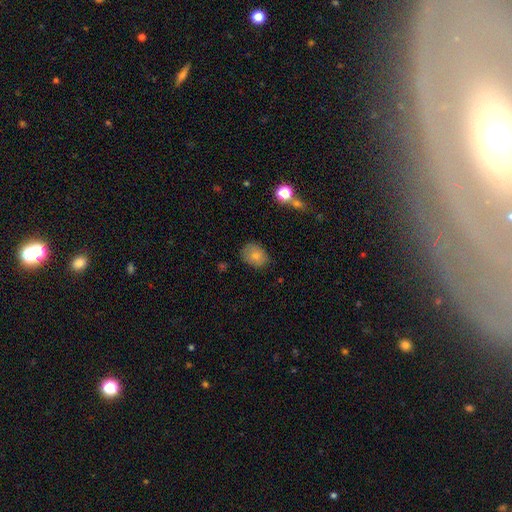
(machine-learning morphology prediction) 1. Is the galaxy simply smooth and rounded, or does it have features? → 80% smooth, 11% featured or disk, 9% star or artifact.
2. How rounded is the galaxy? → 55% in between, 44% round, 1% cigar-shaped.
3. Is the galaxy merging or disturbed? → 75% none, 19% minor disturbance, 4% major disturbance, 2% merger.